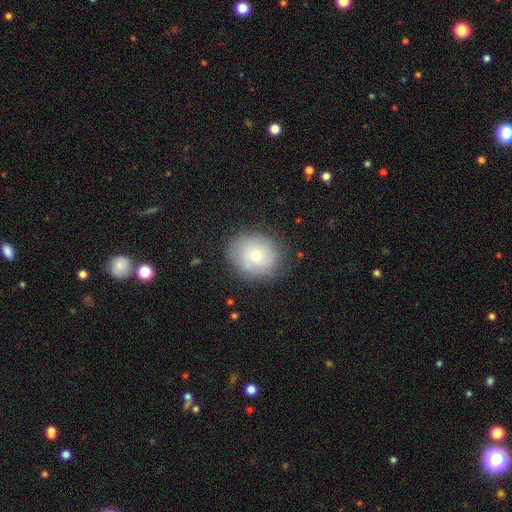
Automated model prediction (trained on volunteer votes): Overall: smooth (54%; featured or disk 37%). How rounded: round (71%). Merging: none (76%).